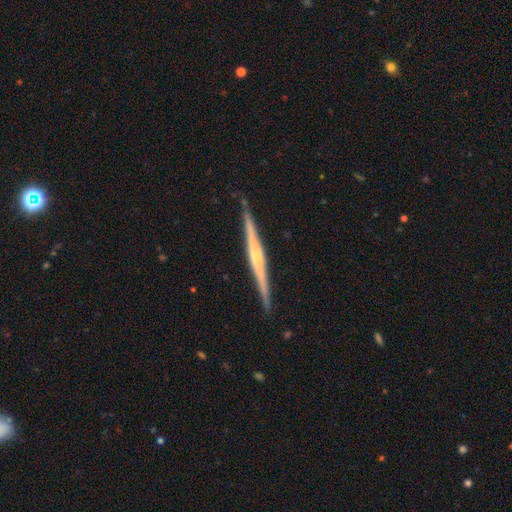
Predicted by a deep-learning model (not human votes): Morphology: type=featured or disk (81%); edge-on=yes (98%); edge-on bulge=rounded (64%); merging=none (91%).